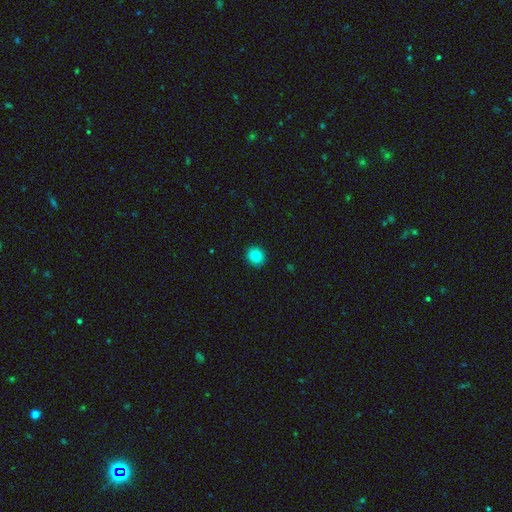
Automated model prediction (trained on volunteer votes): The model was most divided on "smooth or featured": smooth: 82%, star or artifact: 10%, featured or disk: 7%. More confident: merging — none (92%); how rounded — round (86%).